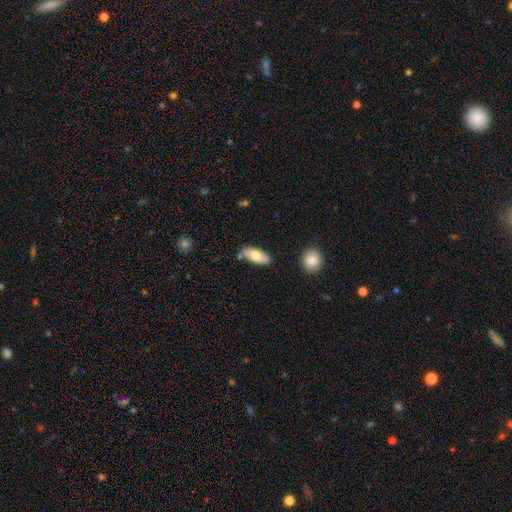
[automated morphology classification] smooth 71%, featured or disk 23%, star or artifact 6%. Down the decision tree: how rounded — in between (82%); merging — none (79%).